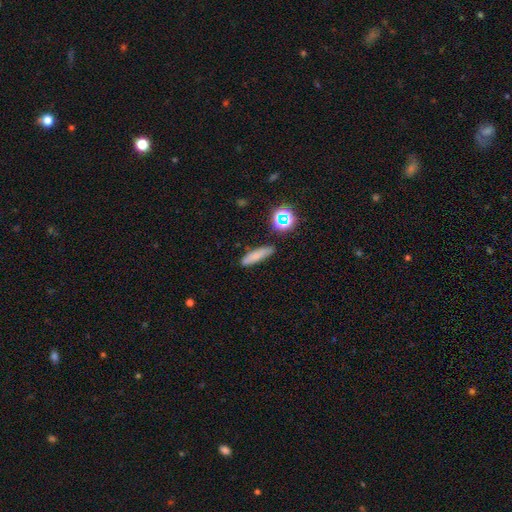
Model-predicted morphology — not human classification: smooth-or-featured: smooth: 75% | star or artifact: 13% | featured or disk: 12%
  how-rounded: cigar-shaped: 75% | in between: 21% | round: 4%
  merging: none: 80% | minor disturbance: 13% | merger: 4% | major disturbance: 3%